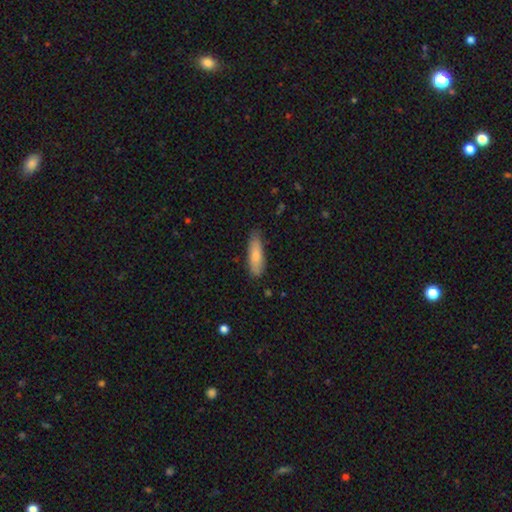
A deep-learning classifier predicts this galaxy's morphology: A smooth galaxy with no disk features (79%) that is cigar-shaped (59%).

Vote fractions:
- Smooth or featured? smooth: 79% / featured or disk: 15% / star or artifact: 6%
- How rounded? cigar-shaped: 59% / in between: 39% / round: 2%
- Merging? none: 80% / minor disturbance: 16% / major disturbance: 3% / merger: 1%